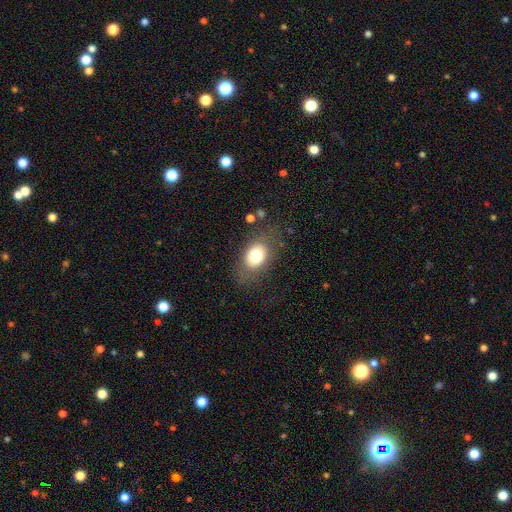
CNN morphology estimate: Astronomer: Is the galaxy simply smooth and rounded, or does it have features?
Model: smooth — 75%.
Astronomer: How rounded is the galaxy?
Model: in between — 75%.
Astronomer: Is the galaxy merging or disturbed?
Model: none — 75%.